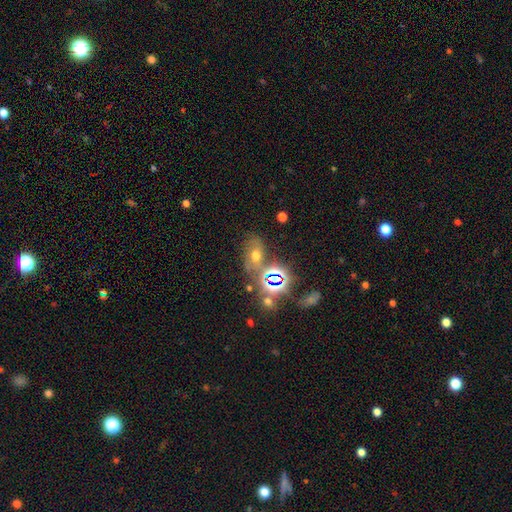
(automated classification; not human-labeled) smooth 44%, star or artifact 37%, featured or disk 19%. Down the decision tree: merging — none (56%).